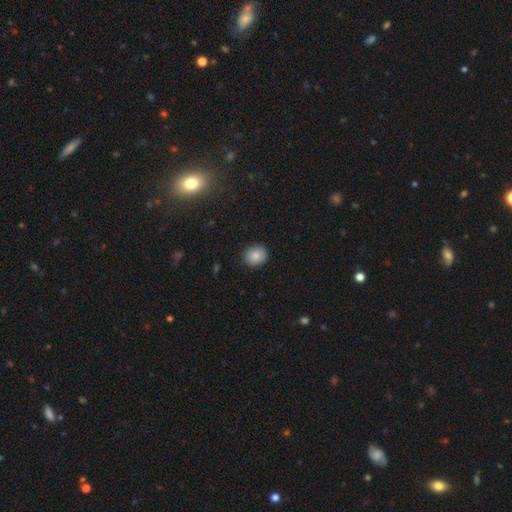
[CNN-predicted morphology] A smooth galaxy with no disk features (86%) that is round (75%). Merging: none (89%).